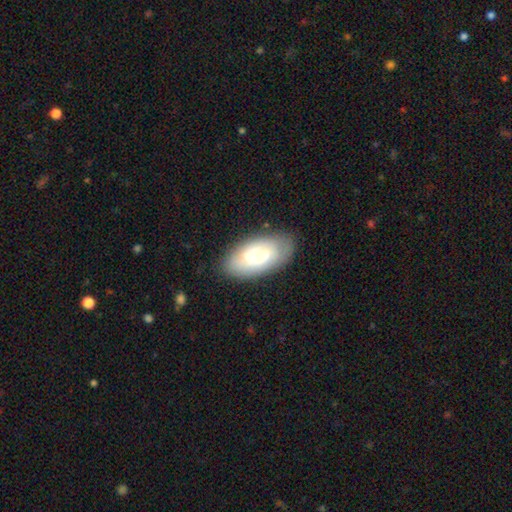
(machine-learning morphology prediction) Smooth or featured?
  - smooth: 53% *
  - featured or disk: 40%
  - star or artifact: 7%
How rounded?
  - in between: 92% *
  - cigar-shaped: 5%
  - round: 4%
Merging?
  - none: 78% *
  - minor disturbance: 15%
  - major disturbance: 4%
  - merger: 2%